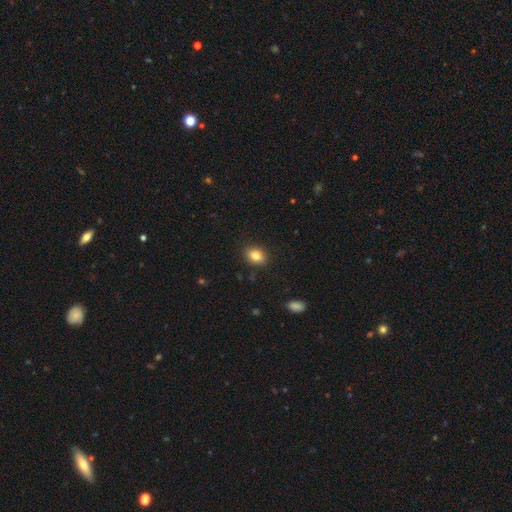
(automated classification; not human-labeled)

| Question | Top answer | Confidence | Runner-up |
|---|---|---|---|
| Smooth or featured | smooth | 83% | star or artifact (9%) |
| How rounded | in between | 67% | round (32%) |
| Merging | none | 88% | minor disturbance (9%) |